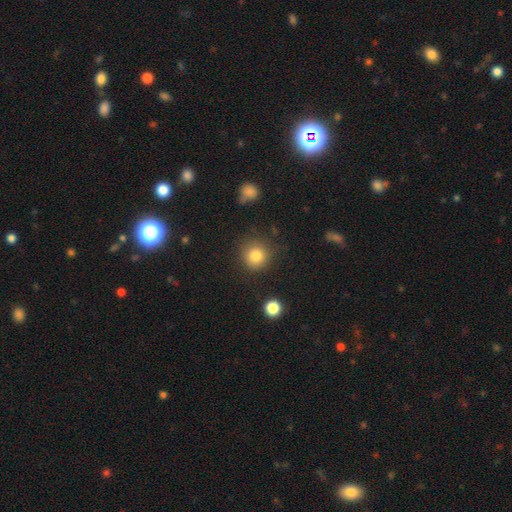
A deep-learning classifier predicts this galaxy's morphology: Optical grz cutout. It shows a smooth galaxy with no disk features (83%) that is round (92%). Merging: none (84%).